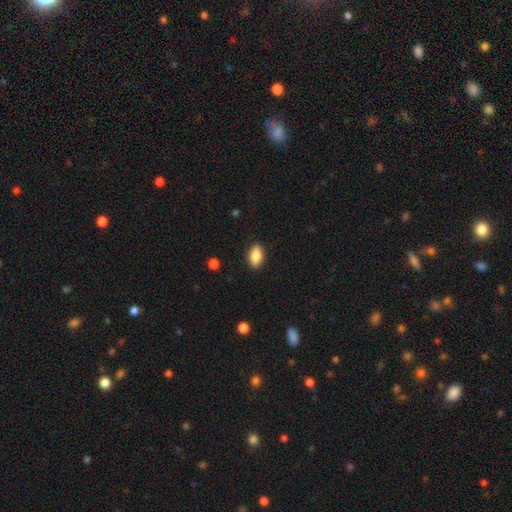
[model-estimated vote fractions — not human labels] Overall: smooth (84%). How rounded: in between (89%). Merging: none (88%).